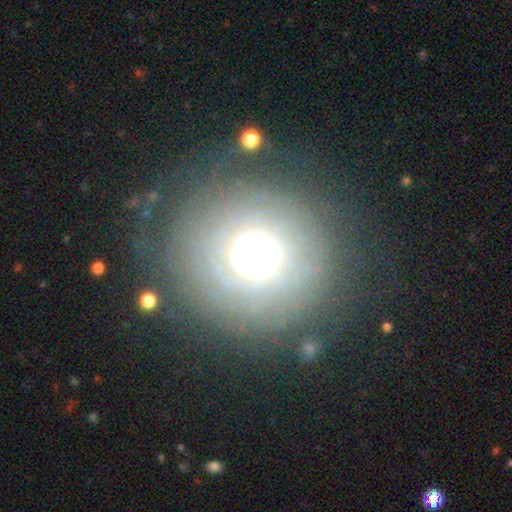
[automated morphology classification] This is possibly a featured or disk galaxy (53%). It is clearly not viewed edge-on (96%). Bar: clearly no (89%). Spiral arm pattern: possibly no (57%). Central bulge: possibly moderate (48%). Merging: likely none (78%).